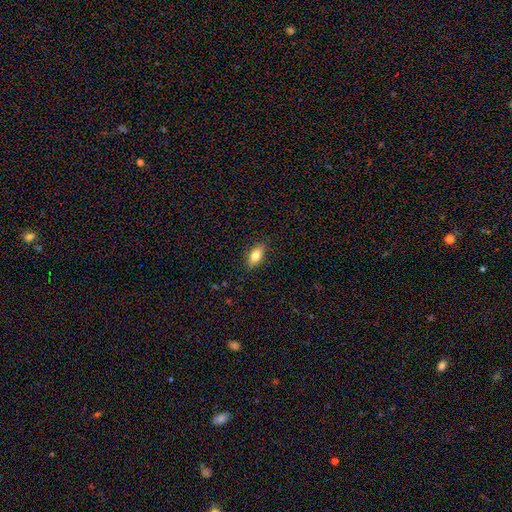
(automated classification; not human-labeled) smooth_or_featured: smooth (p=0.76) [alt: featured or disk p=0.16]
how_rounded: in between (p=0.82) [alt: cigar-shaped p=0.13]
merging: none (p=0.87) [alt: minor disturbance p=0.10]